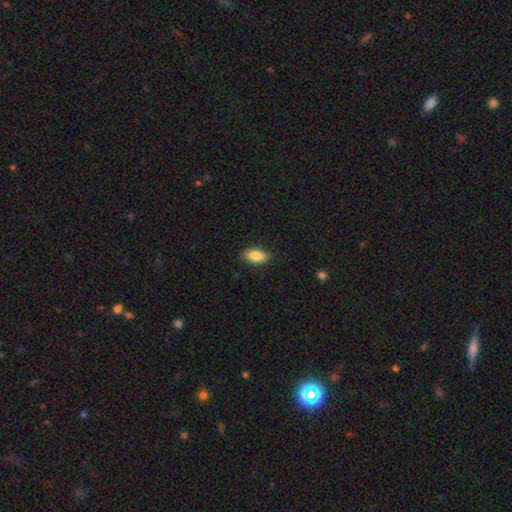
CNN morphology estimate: smooth-or-featured: smooth: 87% | star or artifact: 7% | featured or disk: 7%
  how-rounded: in between: 88% | cigar-shaped: 9% | round: 3%
  merging: none: 86% | minor disturbance: 11% | major disturbance: 2% | merger: 1%